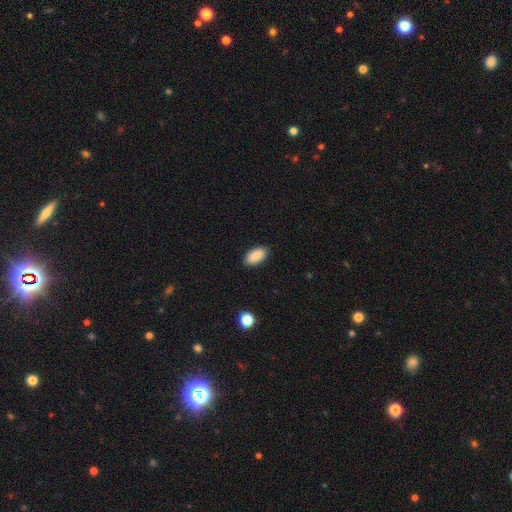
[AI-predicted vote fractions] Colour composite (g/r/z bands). It shows a smooth galaxy with no disk features (88%) that is in between round and cigar-shaped (94%). Merging: none (86%).